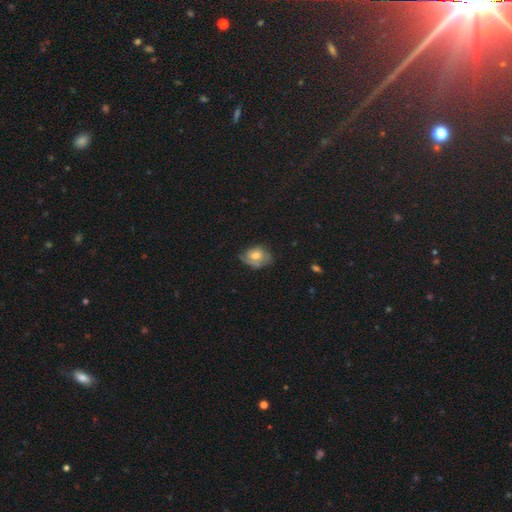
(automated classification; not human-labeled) smooth 48%, featured or disk 42%, star or artifact 10%. Down the decision tree: merging — none (50%).